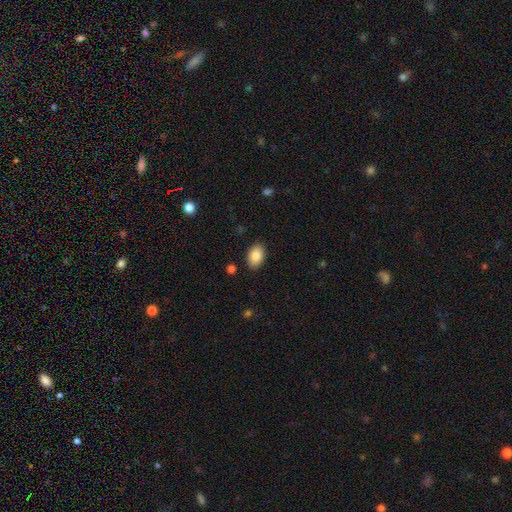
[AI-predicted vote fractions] Smooth or featured? smooth (87%)
How rounded? in between (90%)
Merging? none (88%)